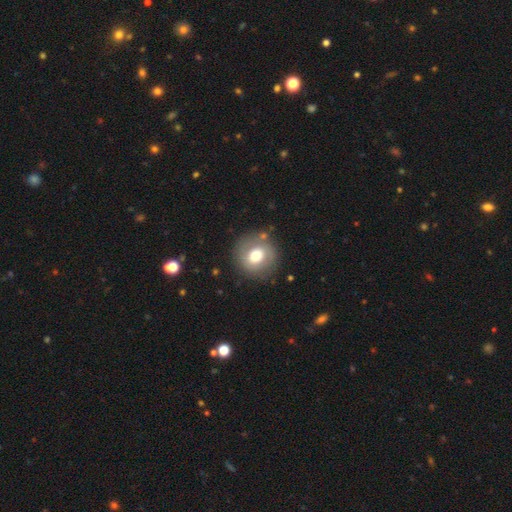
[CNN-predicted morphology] The model was most divided on "smooth or featured": smooth: 64%, featured or disk: 27%, star or artifact: 9%. More confident: how rounded — round (90%); merging — none (82%).